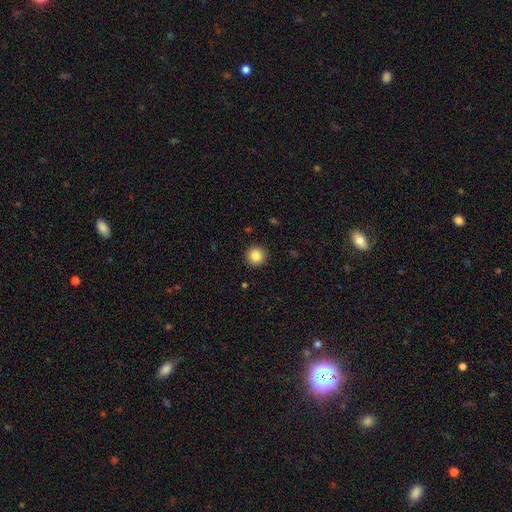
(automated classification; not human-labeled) This appears to be a smooth galaxy with no disk features (86%) that is round (95%). Merging: none (92%).